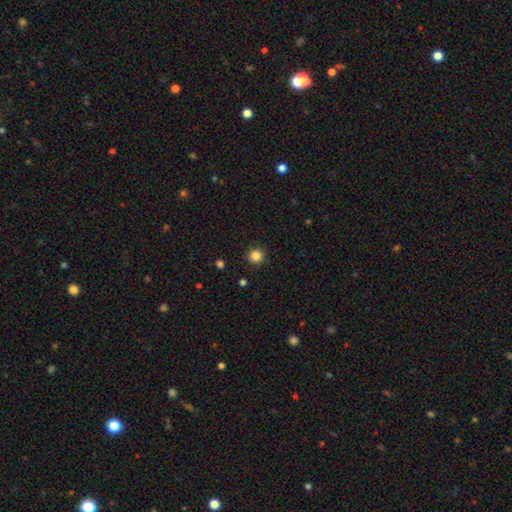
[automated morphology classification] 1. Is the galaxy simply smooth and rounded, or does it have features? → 84% smooth, 12% star or artifact, 4% featured or disk.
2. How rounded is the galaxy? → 95% round, 4% in between, 1% cigar-shaped.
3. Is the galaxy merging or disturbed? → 92% none, 5% minor disturbance, 2% major disturbance, 1% merger.